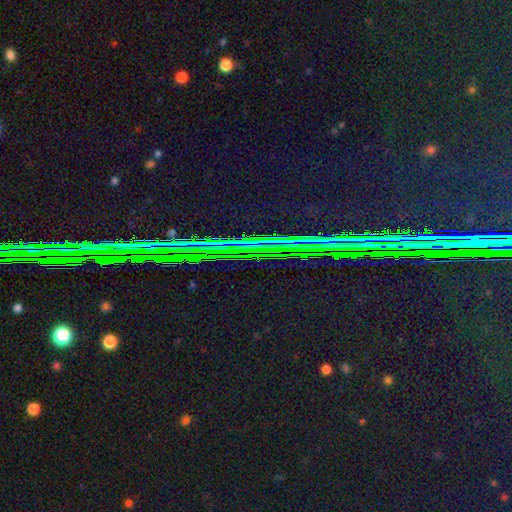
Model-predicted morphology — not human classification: type=star or artifact (87%).